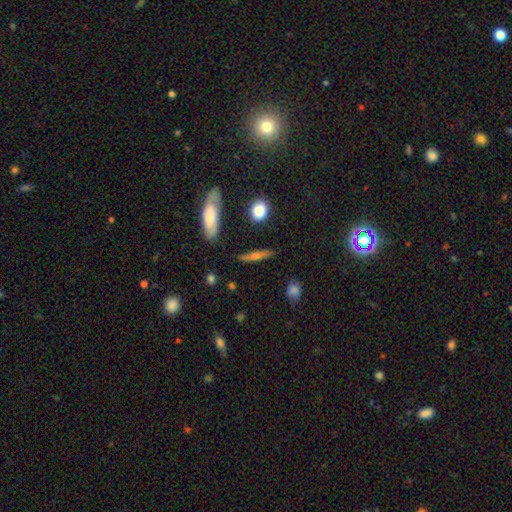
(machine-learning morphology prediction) featured or disk 52%, smooth 39%, star or artifact 9%. Down the decision tree: edge-on disk — yes (92%); merging — none (85%).